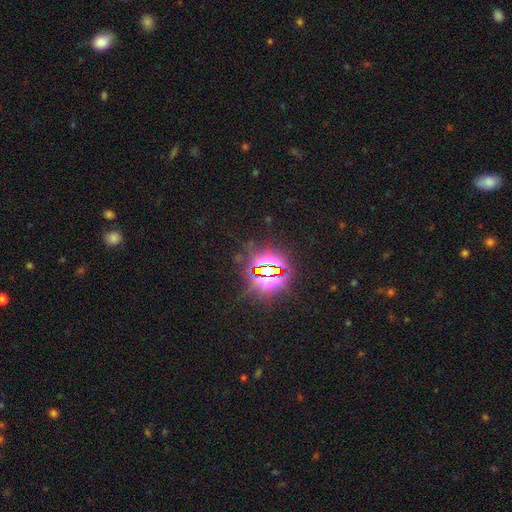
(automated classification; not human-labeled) This is clearly a star or artifact rather than a galaxy (84%).